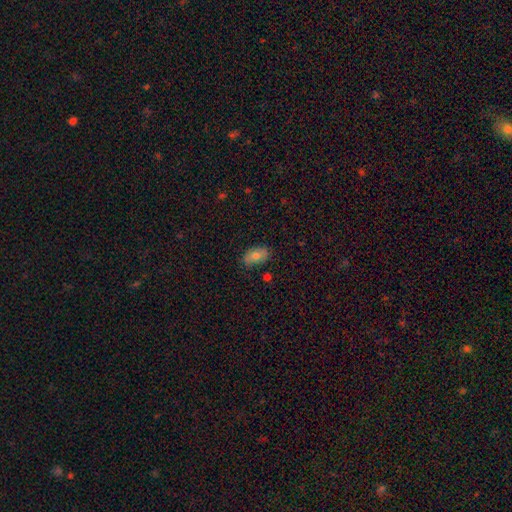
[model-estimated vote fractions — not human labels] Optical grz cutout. It shows a smooth galaxy with no disk features (76%) that is in between round and cigar-shaped (91%). Merging: none (79%).